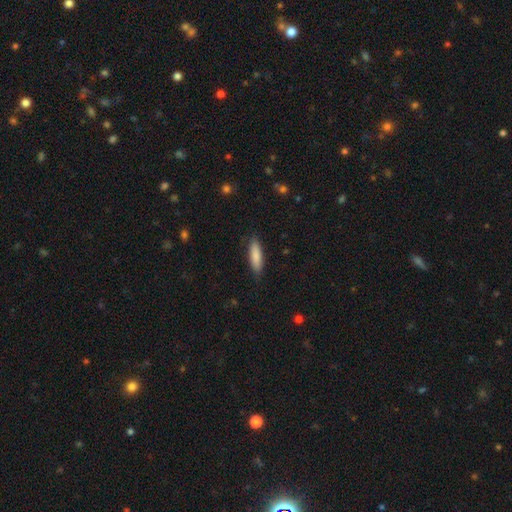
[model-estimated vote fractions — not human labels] Smooth or featured?
  - smooth: 85% *
  - featured or disk: 9%
  - star or artifact: 6%
How rounded?
  - cigar-shaped: 58% *
  - in between: 41%
  - round: 1%
Merging?
  - none: 85% *
  - minor disturbance: 12%
  - major disturbance: 2%
  - merger: 1%